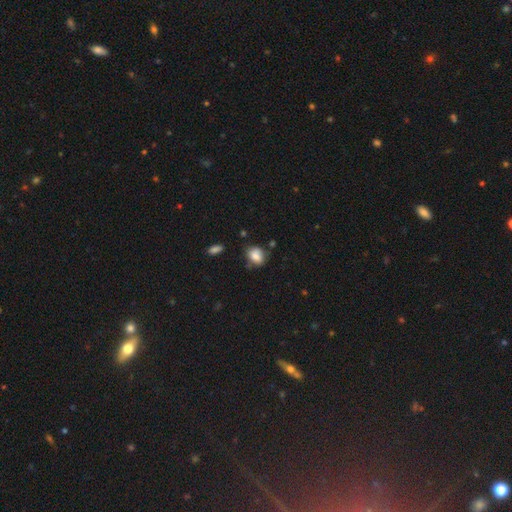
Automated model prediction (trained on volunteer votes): A smooth galaxy with no disk features (81%) that is in between round and cigar-shaped (61%). Merging: none (62%).